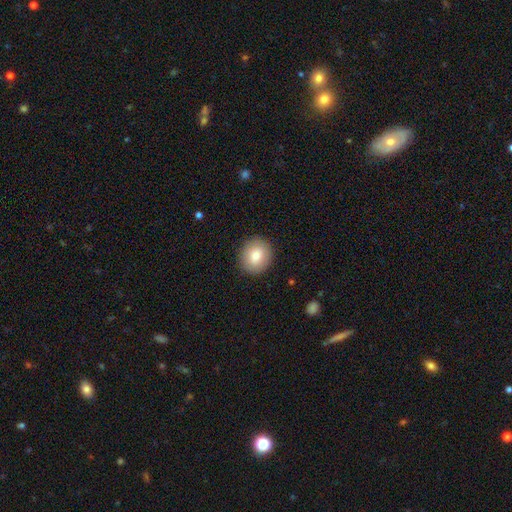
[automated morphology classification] A smooth galaxy with no disk features (81%) that is round (78%). Merging: none (89%).